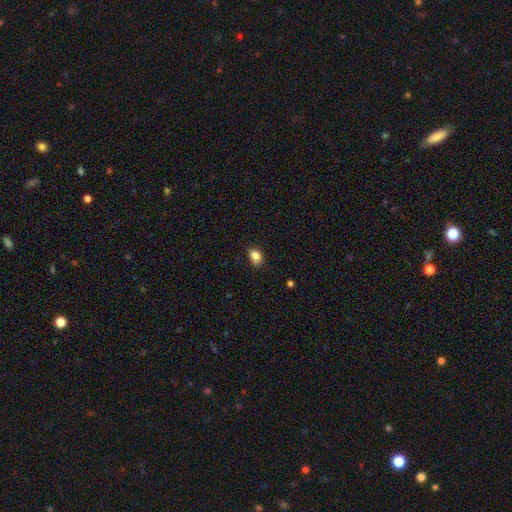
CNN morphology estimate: type=smooth (84%); roundness=in between (78%); merging=none (76%).